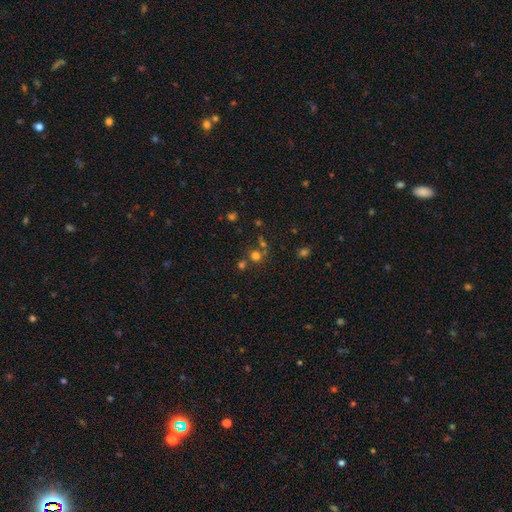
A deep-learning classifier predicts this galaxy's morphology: smooth-or-featured: smooth: 63% | star or artifact: 28% | featured or disk: 9%
  how-rounded: round: 85% | in between: 13% | cigar-shaped: 1%
  merging: none: 60% | merger: 27% | minor disturbance: 8% | major disturbance: 4%